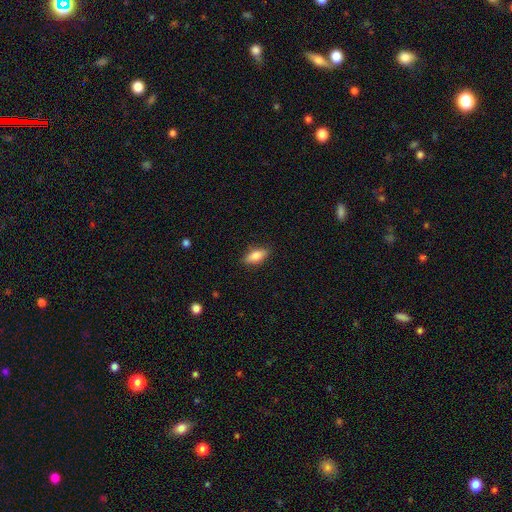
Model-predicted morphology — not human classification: type=smooth (77%); roundness=in between (78%); merging=none (86%).